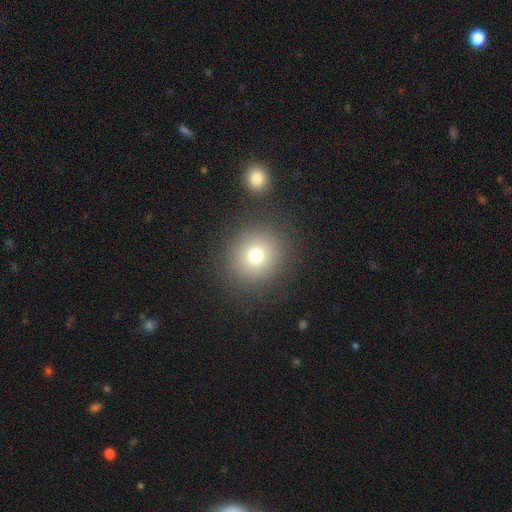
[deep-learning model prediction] Morphology: type=smooth (73%); roundness=round (89%); merging=none (86%).